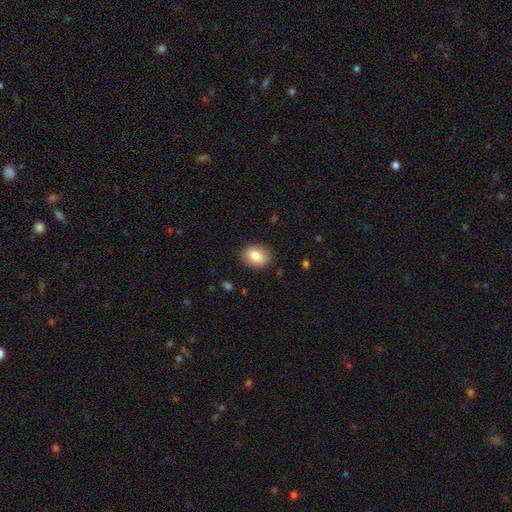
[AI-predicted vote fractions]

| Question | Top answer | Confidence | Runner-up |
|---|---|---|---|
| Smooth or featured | smooth | 86% | star or artifact (7%) |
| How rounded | in between | 69% | round (30%) |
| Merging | none | 86% | minor disturbance (10%) |